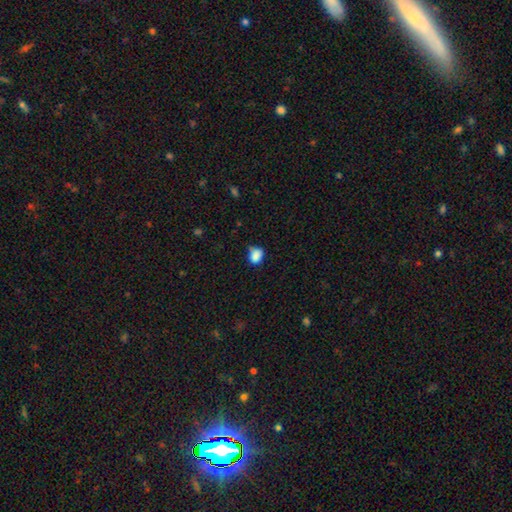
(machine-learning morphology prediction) smooth_or_featured: smooth (p=0.85) [alt: star or artifact p=0.10]
how_rounded: in between (p=0.61) [alt: round p=0.37]
merging: none (p=0.54) [alt: minor disturbance p=0.32]